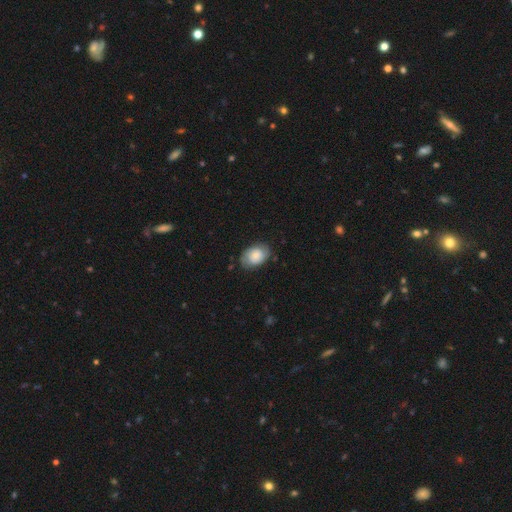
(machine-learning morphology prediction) smooth 61%, featured or disk 32%, star or artifact 7%. Down the decision tree: how rounded — in between (80%); merging — none (75%).